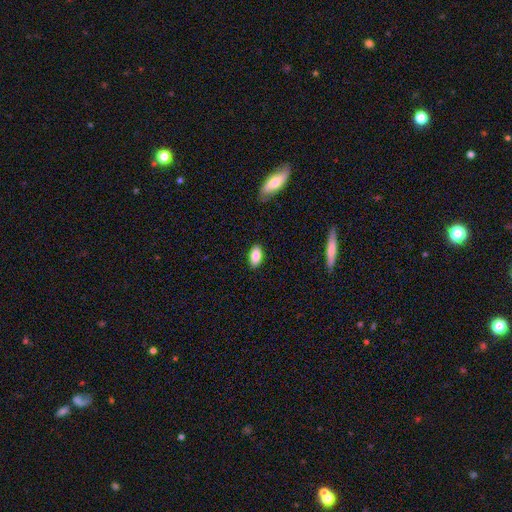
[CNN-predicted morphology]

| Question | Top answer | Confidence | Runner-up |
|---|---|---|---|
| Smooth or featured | smooth | 85% | featured or disk (8%) |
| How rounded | in between | 92% | cigar-shaped (4%) |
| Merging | none | 87% | minor disturbance (9%) |